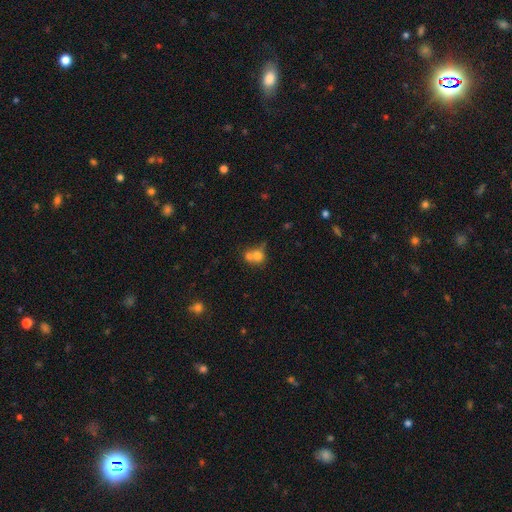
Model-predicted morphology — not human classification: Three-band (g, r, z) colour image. It shows a smooth galaxy with no disk features (71%) that is round (74%). Merging: merger (63%).